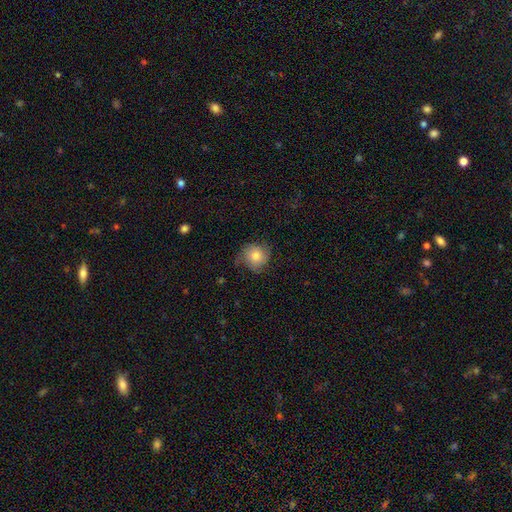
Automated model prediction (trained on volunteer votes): Smooth or featured? smooth (72%)
How rounded? round (88%)
Merging? none (64%)